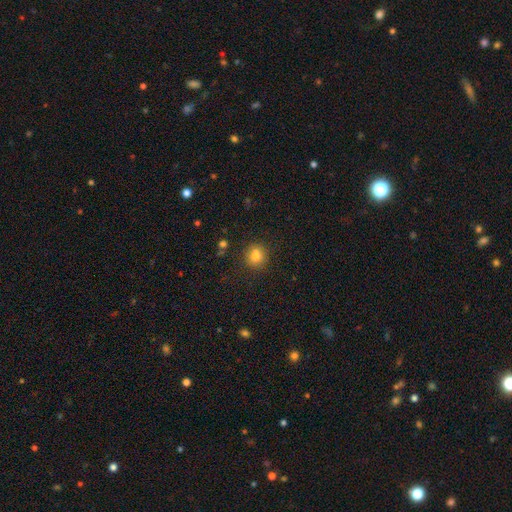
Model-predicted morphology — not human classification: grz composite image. It shows a smooth galaxy with no disk features (76%) that is round (82%). Merging: none (64%).